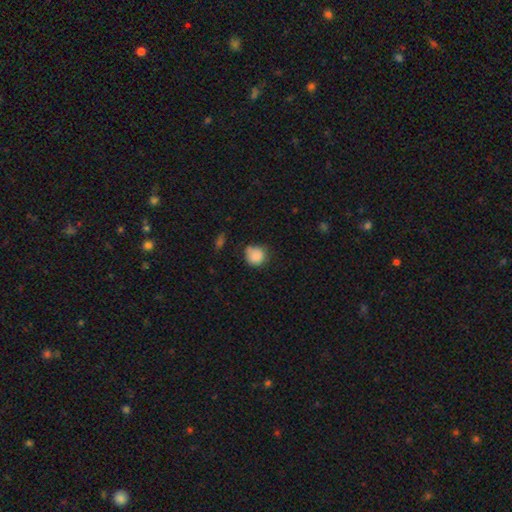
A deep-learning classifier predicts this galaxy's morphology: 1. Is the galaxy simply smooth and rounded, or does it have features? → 86% smooth, 9% star or artifact, 6% featured or disk.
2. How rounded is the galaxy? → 86% round, 13% in between, 1% cigar-shaped.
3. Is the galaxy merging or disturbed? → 60% none, 29% minor disturbance, 7% major disturbance, 4% merger.